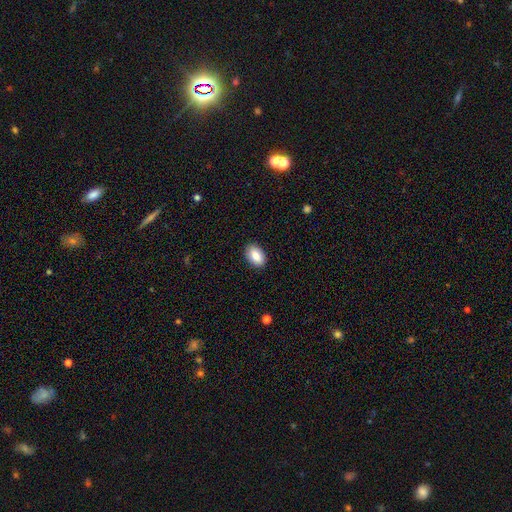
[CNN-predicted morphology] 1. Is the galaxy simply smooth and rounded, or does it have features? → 83% smooth, 10% featured or disk, 7% star or artifact.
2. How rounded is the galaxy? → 91% in between, 8% round, 1% cigar-shaped.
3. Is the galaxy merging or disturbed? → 89% none, 8% minor disturbance, 2% major disturbance, 1% merger.